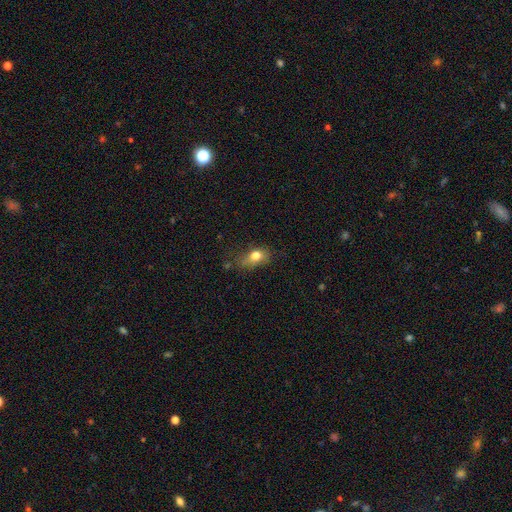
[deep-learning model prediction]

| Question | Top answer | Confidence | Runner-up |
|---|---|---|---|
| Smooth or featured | smooth | 75% | featured or disk (14%) |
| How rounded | in between | 70% | round (25%) |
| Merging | none | 40% | minor disturbance (34%) |